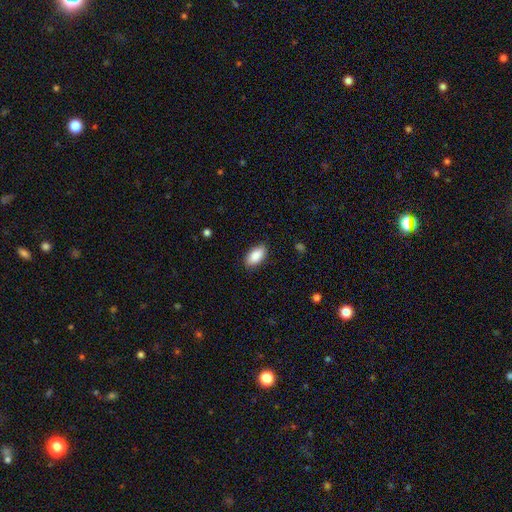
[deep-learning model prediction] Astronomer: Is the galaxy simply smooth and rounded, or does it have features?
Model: smooth — 89%.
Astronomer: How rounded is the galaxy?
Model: in between — 93%.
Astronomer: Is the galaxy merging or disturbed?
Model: none — 88%.